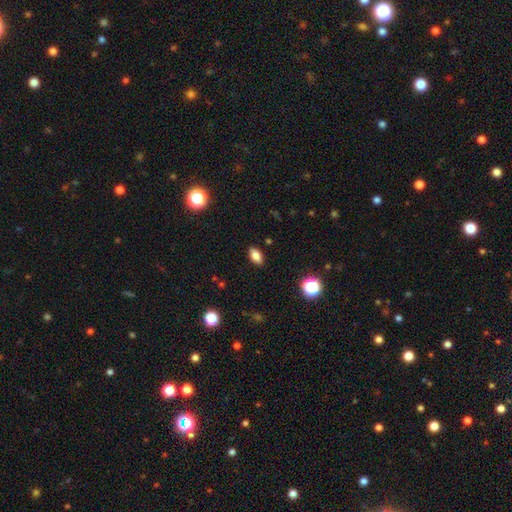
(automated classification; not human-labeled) A smooth galaxy with no disk features (82%) that is in between round and cigar-shaped (88%). Merging: none (89%).